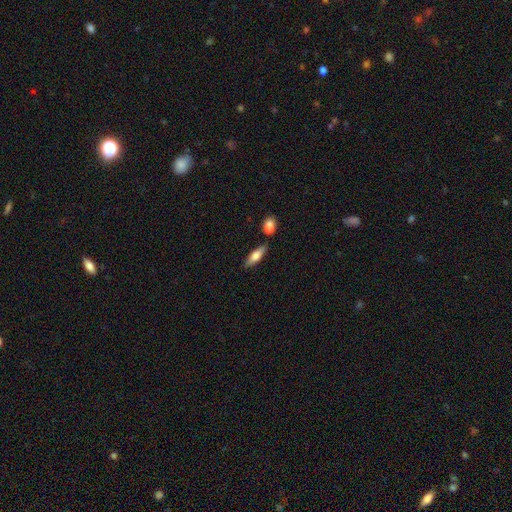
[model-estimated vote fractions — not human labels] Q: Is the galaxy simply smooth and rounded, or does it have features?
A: smooth — 64%.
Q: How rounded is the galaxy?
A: cigar-shaped — 52%.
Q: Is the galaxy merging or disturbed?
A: none — 77%.